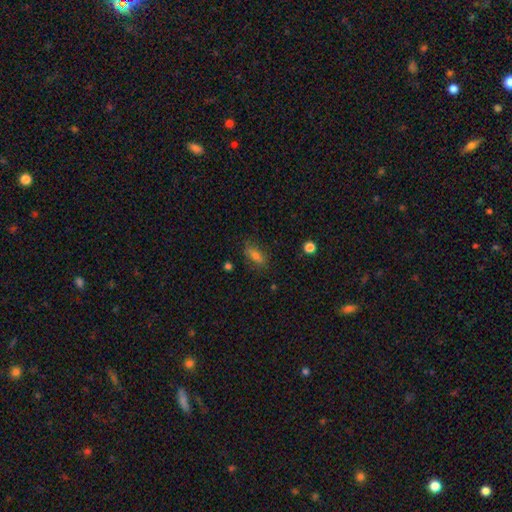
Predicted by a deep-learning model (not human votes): Smooth or featured?
  - smooth: 69% *
  - featured or disk: 20%
  - star or artifact: 11%
How rounded?
  - in between: 74% *
  - cigar-shaped: 20%
  - round: 6%
Merging?
  - none: 73% *
  - minor disturbance: 19%
  - major disturbance: 6%
  - merger: 2%